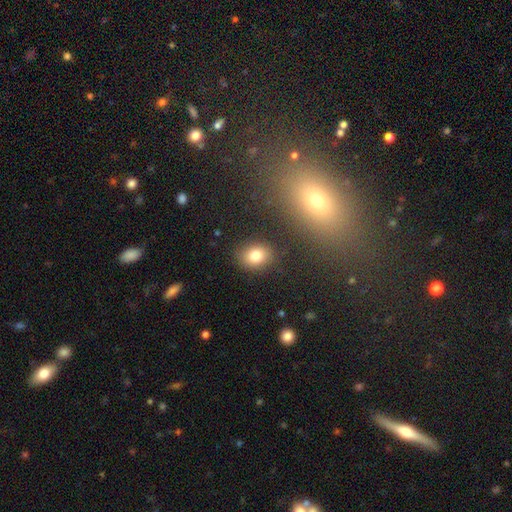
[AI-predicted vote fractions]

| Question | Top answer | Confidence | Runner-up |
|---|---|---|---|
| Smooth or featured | smooth | 81% | star or artifact (11%) |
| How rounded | in between | 57% | round (42%) |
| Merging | none | 82% | minor disturbance (11%) |